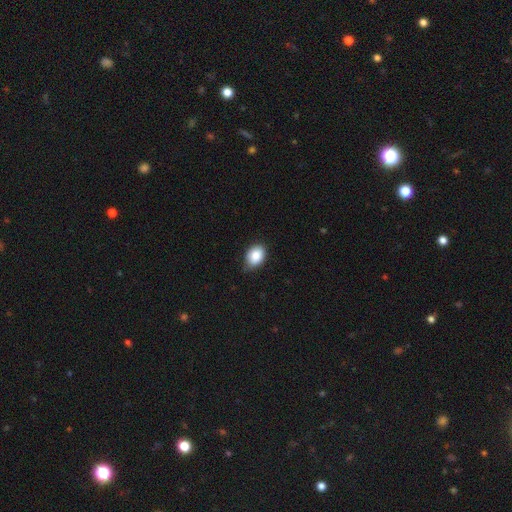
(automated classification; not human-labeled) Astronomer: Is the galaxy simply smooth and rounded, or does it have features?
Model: smooth — 86%.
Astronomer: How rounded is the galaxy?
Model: in between — 73%.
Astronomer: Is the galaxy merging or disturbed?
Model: none — 71%.